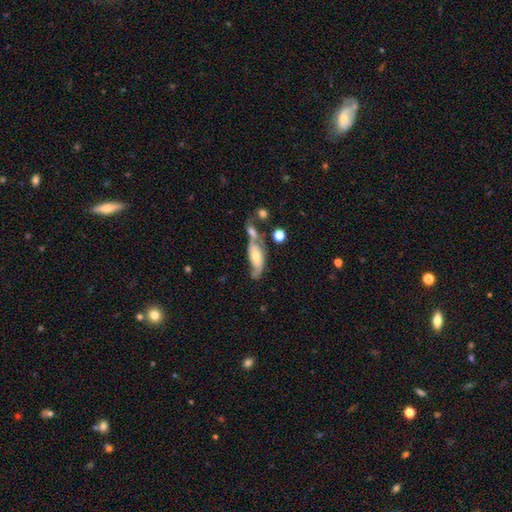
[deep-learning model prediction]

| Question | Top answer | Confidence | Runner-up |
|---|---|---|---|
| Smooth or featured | featured or disk | 62% | smooth (31%) |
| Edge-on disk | no | 83% | yes (17%) |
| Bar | no | 69% | weak (23%) |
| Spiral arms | yes | 75% | no (25%) |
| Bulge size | moderate | 54% | small (38%) |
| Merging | none | 33% | merger (30%) |